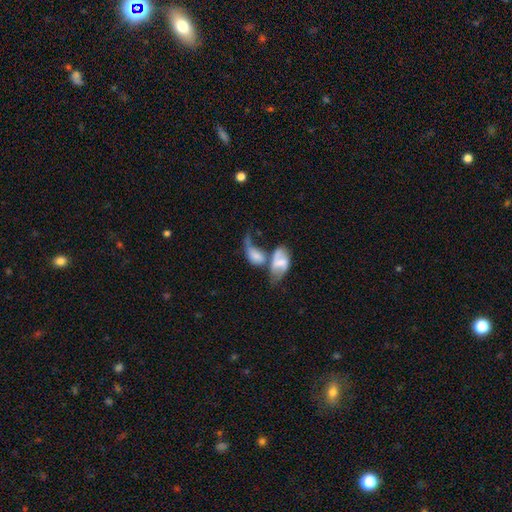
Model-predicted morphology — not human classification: Overall: smooth (51%; featured or disk 41%). How rounded: in between (84%). Merging: merger (66%).